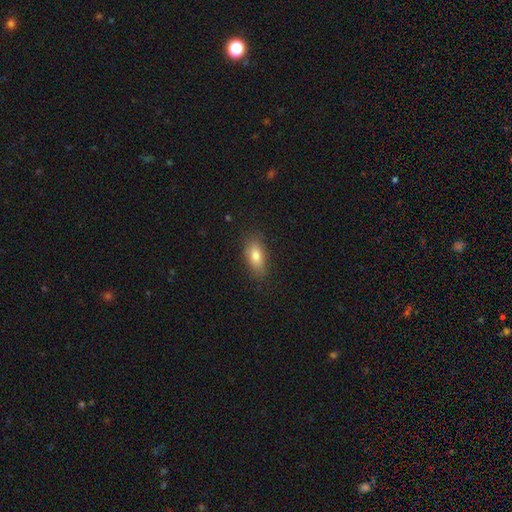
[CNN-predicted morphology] type=smooth (81%); roundness=in between (85%); merging=none (84%).